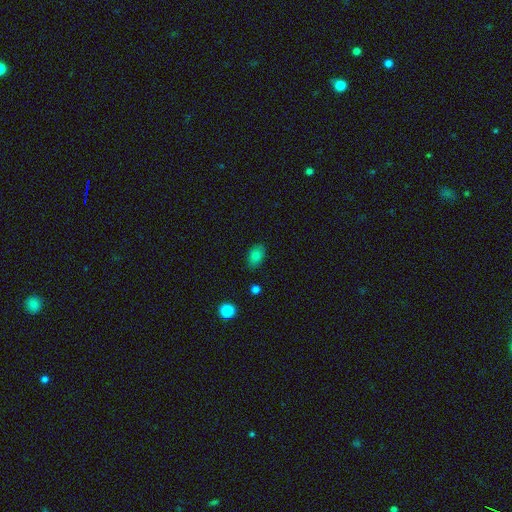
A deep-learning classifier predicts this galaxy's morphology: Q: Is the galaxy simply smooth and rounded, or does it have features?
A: smooth — 80%.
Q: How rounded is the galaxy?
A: in between — 82%.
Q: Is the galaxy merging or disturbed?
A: none — 84%.